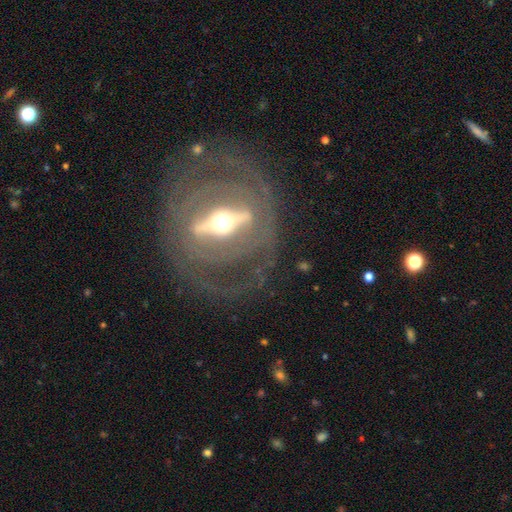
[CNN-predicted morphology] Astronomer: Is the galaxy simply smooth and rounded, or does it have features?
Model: featured or disk — 85%.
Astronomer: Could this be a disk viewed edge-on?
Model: no — 73%.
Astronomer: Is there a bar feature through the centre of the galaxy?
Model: strong — 79%.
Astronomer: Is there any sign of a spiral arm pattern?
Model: no — 52% (runner-up: yes, 48%).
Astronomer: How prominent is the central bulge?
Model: moderate — 65%.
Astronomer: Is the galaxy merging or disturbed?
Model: none — 75%.